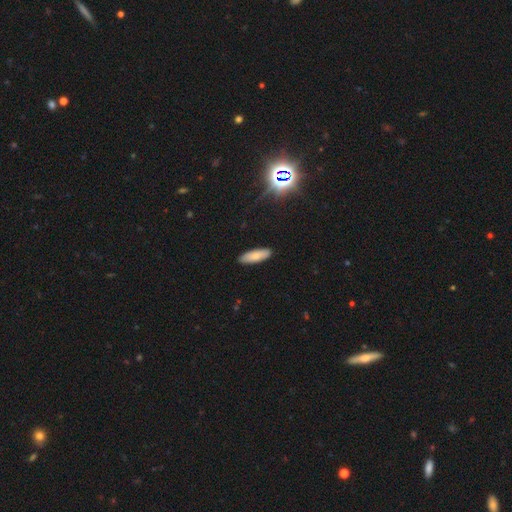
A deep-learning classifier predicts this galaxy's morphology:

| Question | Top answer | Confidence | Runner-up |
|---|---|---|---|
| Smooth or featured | smooth | 78% | featured or disk (14%) |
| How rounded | in between | 55% | cigar-shaped (44%) |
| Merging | none | 89% | minor disturbance (8%) |